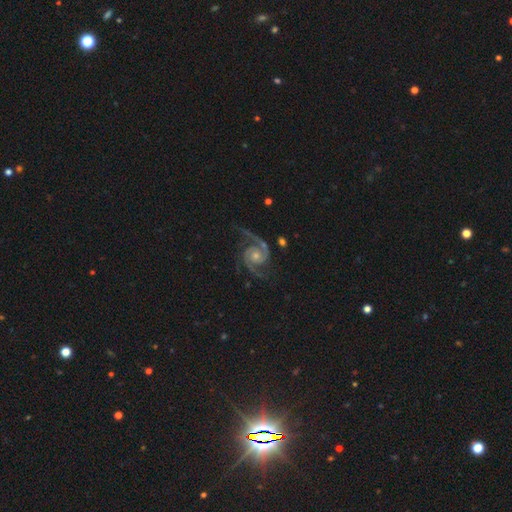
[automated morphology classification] type=featured or disk (93%); edge-on=no (98%); bar=no (70%); spiral arms=yes (99%); winding=medium (60%); arm count=2 (91%); bulge=small (49%); merging=none (78%).